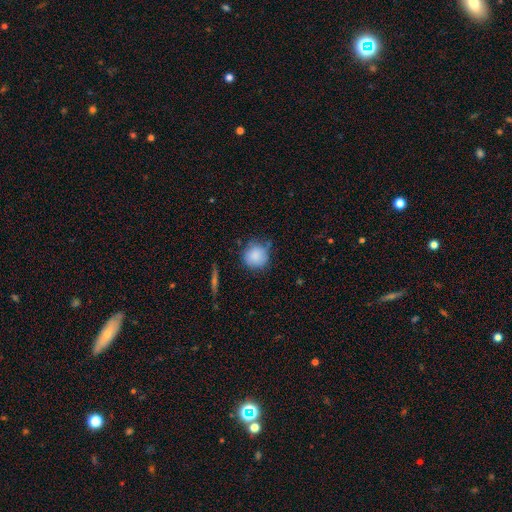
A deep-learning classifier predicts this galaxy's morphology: A smooth galaxy with no disk features (85%) that is round (90%). Merging: none (70%).